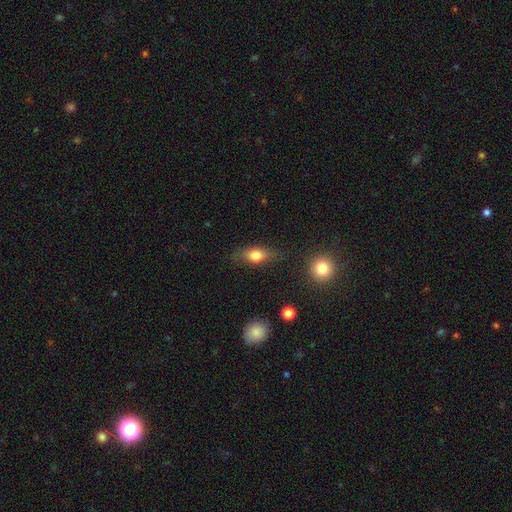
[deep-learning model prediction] Q: Smooth or featured?
A: smooth (74%); runner-up: featured or disk (18%)
Q: How rounded?
A: in between (75%); runner-up: round (13%)
Q: Merging?
A: none (73%); runner-up: minor disturbance (19%)